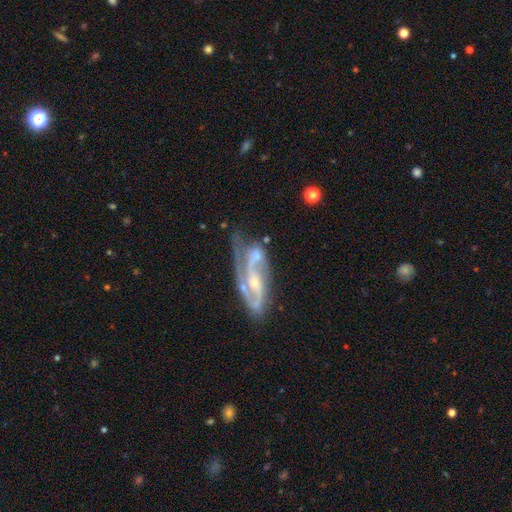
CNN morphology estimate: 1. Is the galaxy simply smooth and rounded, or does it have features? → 85% featured or disk, 9% smooth, 6% star or artifact.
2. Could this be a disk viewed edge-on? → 95% no, 5% yes.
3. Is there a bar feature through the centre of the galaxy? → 47% no, 36% weak, 17% strong.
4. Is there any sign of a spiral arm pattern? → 94% yes, 6% no.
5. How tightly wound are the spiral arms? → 51% medium, 25% loose, 24% tight.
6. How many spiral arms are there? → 79% 2, 7% can't tell, 6% 3, 4% 1, 2% 4, 2% more than 4.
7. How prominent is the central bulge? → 59% small, 35% moderate, 3% none, 2% large, 1% dominant.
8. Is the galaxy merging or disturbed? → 43% none, 24% minor disturbance, 21% major disturbance, 13% merger.